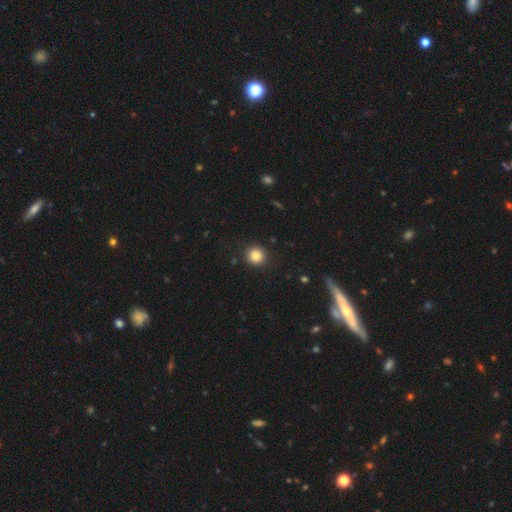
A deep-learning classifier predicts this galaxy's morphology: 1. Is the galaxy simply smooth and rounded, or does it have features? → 83% smooth, 11% star or artifact, 6% featured or disk.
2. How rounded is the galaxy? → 94% round, 5% in between, 1% cigar-shaped.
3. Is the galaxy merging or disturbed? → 92% none, 5% minor disturbance, 2% major disturbance, 1% merger.